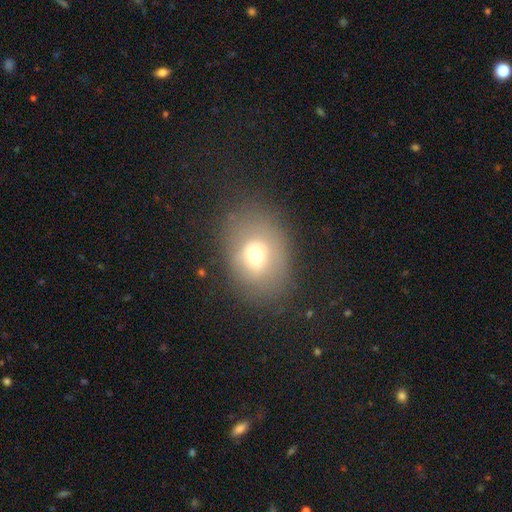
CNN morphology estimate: Q: Smooth or featured?
A: smooth (65%); runner-up: featured or disk (21%)
Q: How rounded?
A: in between (64%); runner-up: round (35%)
Q: Merging?
A: none (69%); runner-up: minor disturbance (18%)